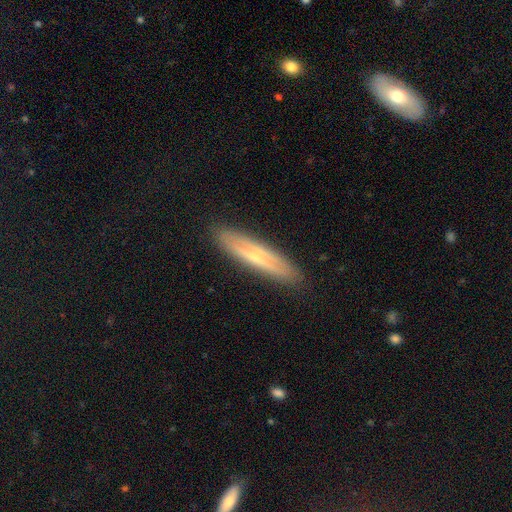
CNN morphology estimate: The model was most divided on "smooth or featured": featured or disk: 58%, smooth: 35%, star or artifact: 7%. More confident: merging — none (86%); edge-on disk — yes (75%).